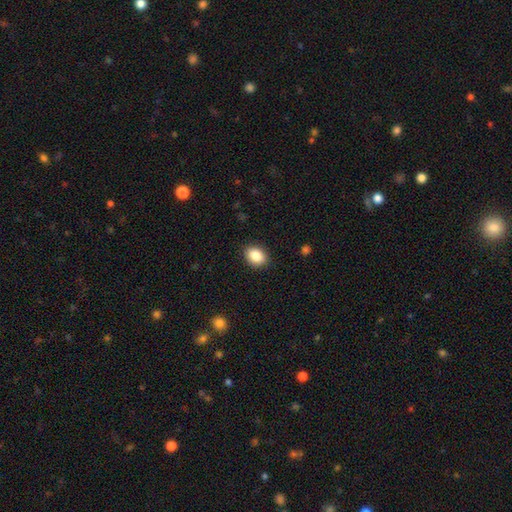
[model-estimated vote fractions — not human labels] Smooth or featured? Predicted: smooth (p=0.87). How rounded? Predicted: in between (p=0.71). Merging? Predicted: none (p=0.89).